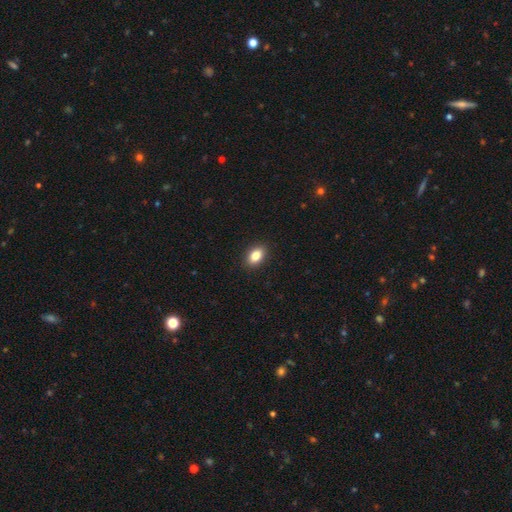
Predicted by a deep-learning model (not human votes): smooth_or_featured: smooth (p=0.85) [alt: star or artifact p=0.09]
how_rounded: in between (p=0.86) [alt: round p=0.12]
merging: none (p=0.90) [alt: minor disturbance p=0.07]